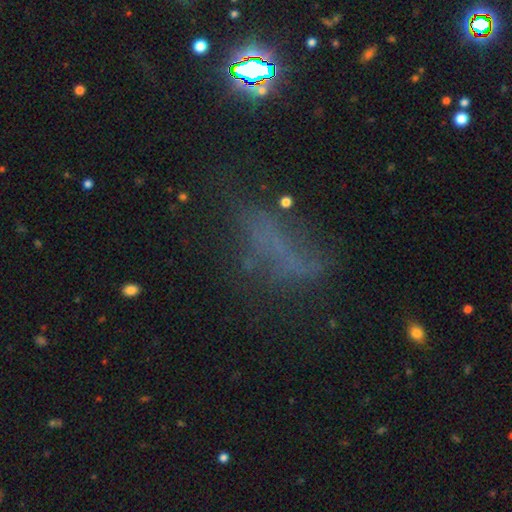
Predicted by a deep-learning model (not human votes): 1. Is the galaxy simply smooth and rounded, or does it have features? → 35% smooth, 34% star or artifact, 31% featured or disk.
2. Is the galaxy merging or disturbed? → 44% none, 28% major disturbance, 22% minor disturbance, 6% merger.